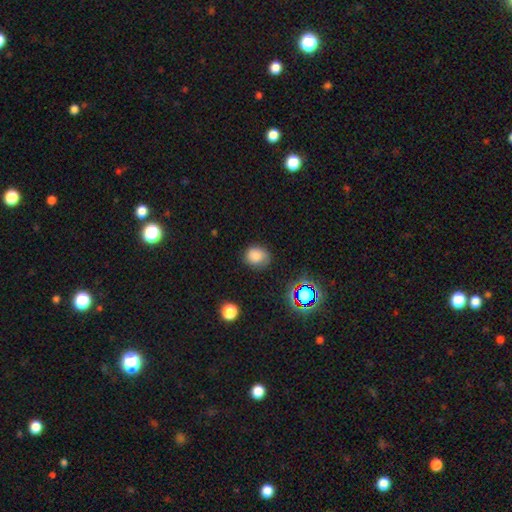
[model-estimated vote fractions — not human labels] Smooth or featured? Predicted: smooth (p=0.81). How rounded? Predicted: round (p=0.59). Merging? Predicted: none (p=0.75).